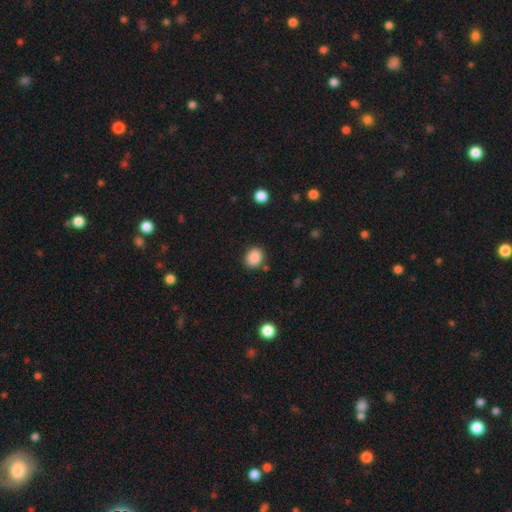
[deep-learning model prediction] The model was most divided on "how rounded": round: 54%, in between: 45%, cigar-shaped: 1%. More confident: smooth or featured — smooth (88%); merging — none (84%).